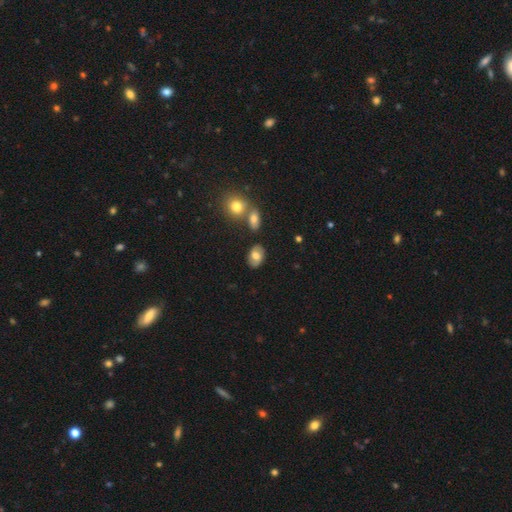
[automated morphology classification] A smooth galaxy with no disk features (63%) that is in between round and cigar-shaped (87%). Merging: none (80%).